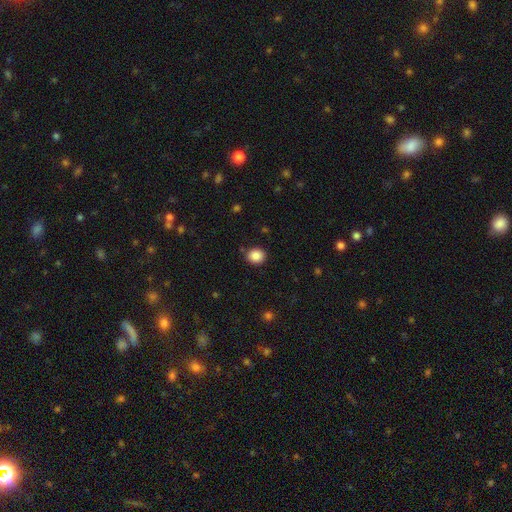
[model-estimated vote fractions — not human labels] Morphology: type=smooth (86%); roundness=round (78%); merging=none (86%).